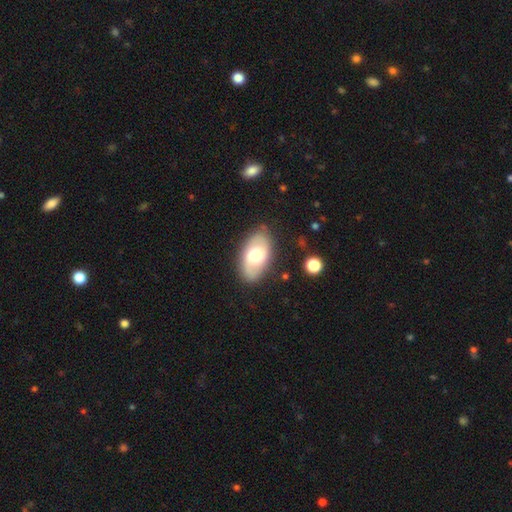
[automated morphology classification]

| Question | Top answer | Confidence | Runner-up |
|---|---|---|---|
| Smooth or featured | smooth | 48% | featured or disk (45%) |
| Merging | none | 80% | minor disturbance (14%) |